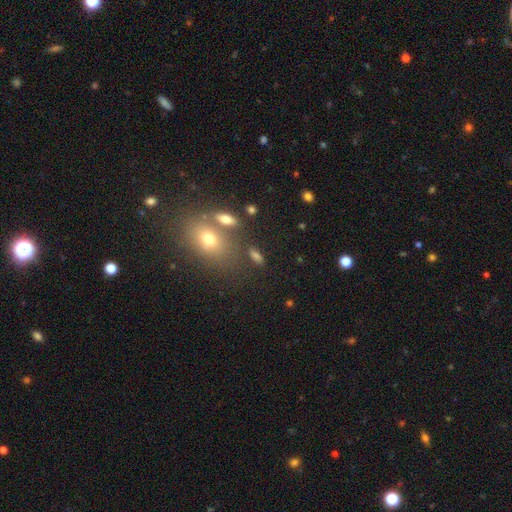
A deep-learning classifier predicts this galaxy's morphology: Smooth or featured? smooth (67%)
How rounded? in between (70%)
Merging? none (65%)